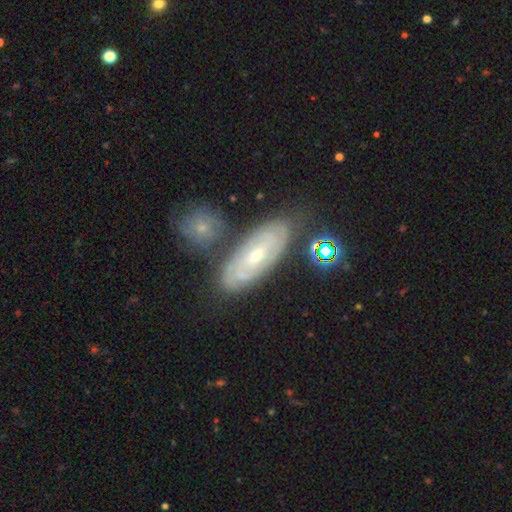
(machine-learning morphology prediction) This appears to be a featured or disk galaxy (74%) with no bar (55%), tight (75%) spiral arms (83%) and a small central bulge (53%). Merging: none (75%).